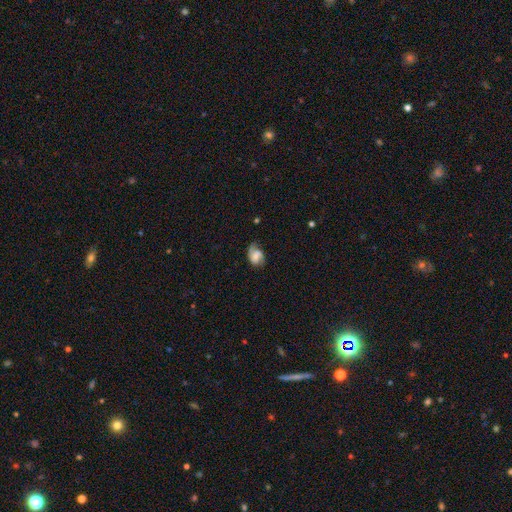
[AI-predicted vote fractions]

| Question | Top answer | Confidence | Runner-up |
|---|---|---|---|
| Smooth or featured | featured or disk | 51% | smooth (40%) |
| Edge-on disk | no | 97% | yes (3%) |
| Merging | none | 51% | minor disturbance (30%) |